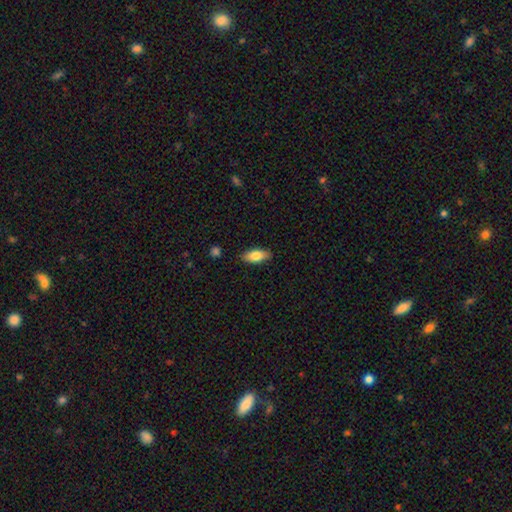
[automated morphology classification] smooth-or-featured: smooth: 79% | featured or disk: 15% | star or artifact: 6%
  how-rounded: in between: 83% | cigar-shaped: 14% | round: 3%
  merging: none: 87% | minor disturbance: 9% | major disturbance: 2% | merger: 1%